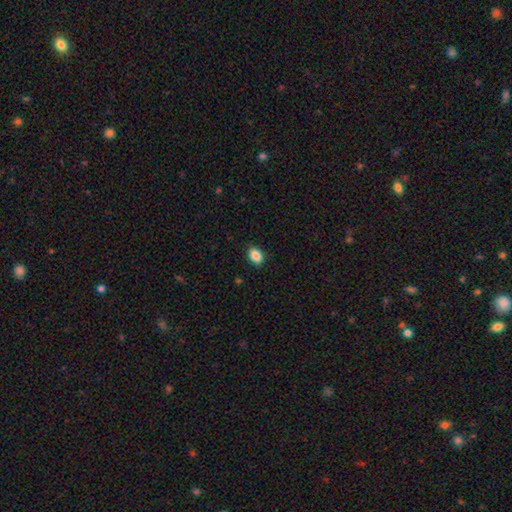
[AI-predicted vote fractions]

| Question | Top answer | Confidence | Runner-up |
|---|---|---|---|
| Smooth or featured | smooth | 86% | star or artifact (9%) |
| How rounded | in between | 71% | round (28%) |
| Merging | none | 85% | minor disturbance (12%) |